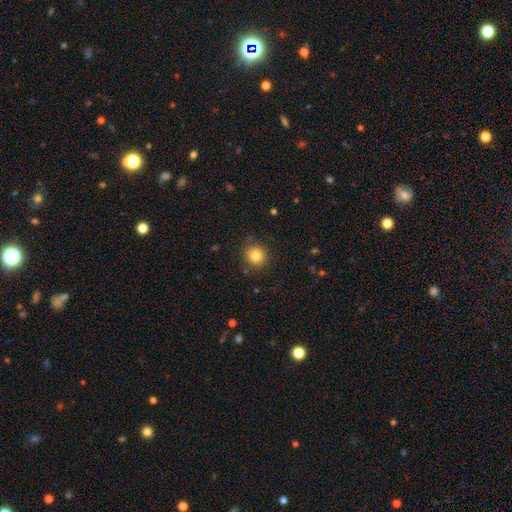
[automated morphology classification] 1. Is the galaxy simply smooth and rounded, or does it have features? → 82% smooth, 11% star or artifact, 7% featured or disk.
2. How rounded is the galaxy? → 91% round, 8% in between, 1% cigar-shaped.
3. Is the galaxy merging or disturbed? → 87% none, 9% minor disturbance, 2% major disturbance, 1% merger.